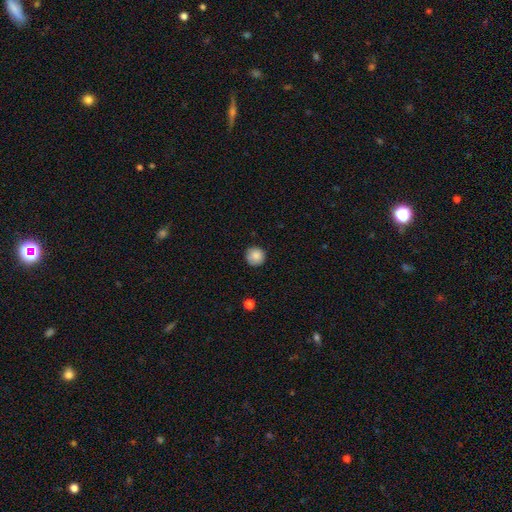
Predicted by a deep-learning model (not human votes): smooth_or_featured: smooth (p=0.86) [alt: star or artifact p=0.09]
how_rounded: round (p=0.95) [alt: in between p=0.04]
merging: none (p=0.88) [alt: minor disturbance p=0.09]